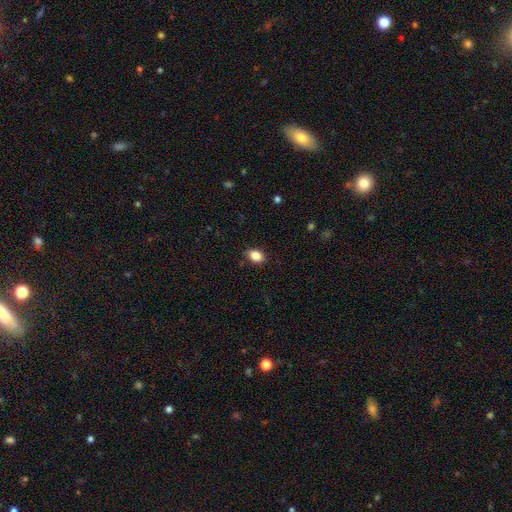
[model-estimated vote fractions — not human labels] Smooth or featured: smooth — 86% (star or artifact — 9%)
How rounded: in between — 76% (round — 23%)
Merging: none — 84% (minor disturbance — 13%)